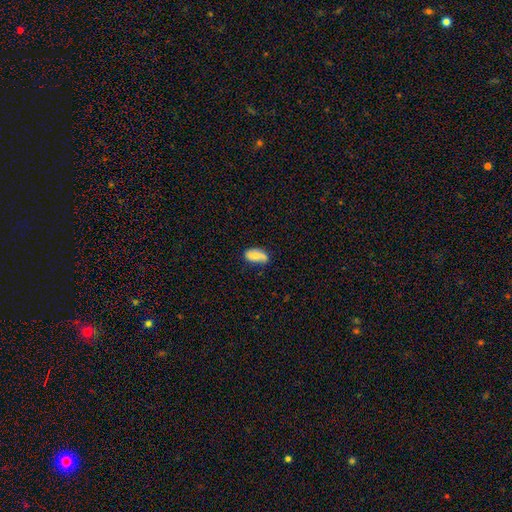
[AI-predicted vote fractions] Q: Smooth or featured?
A: smooth (66%); runner-up: featured or disk (27%)
Q: How rounded?
A: in between (92%); runner-up: round (4%)
Q: Merging?
A: none (60%); runner-up: minor disturbance (30%)